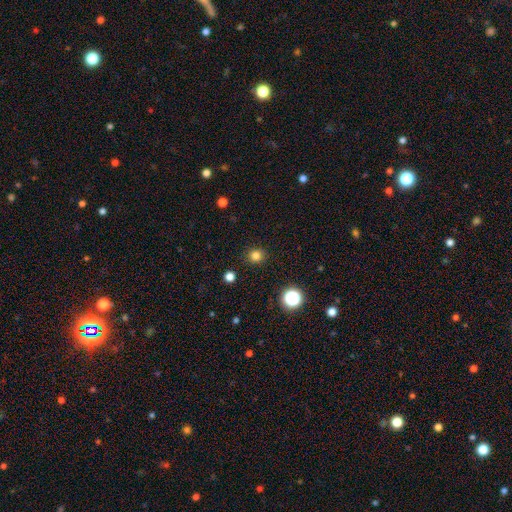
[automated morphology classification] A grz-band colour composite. It shows a smooth galaxy with no disk features (81%) that is round (91%). Merging: none (91%).